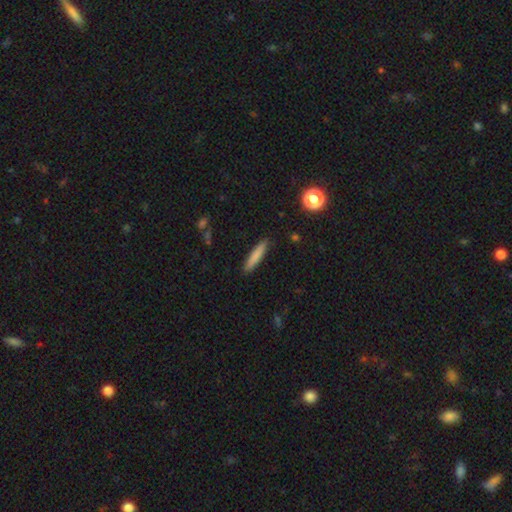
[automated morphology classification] type=smooth (80%); roundness=cigar-shaped (88%); merging=none (89%).